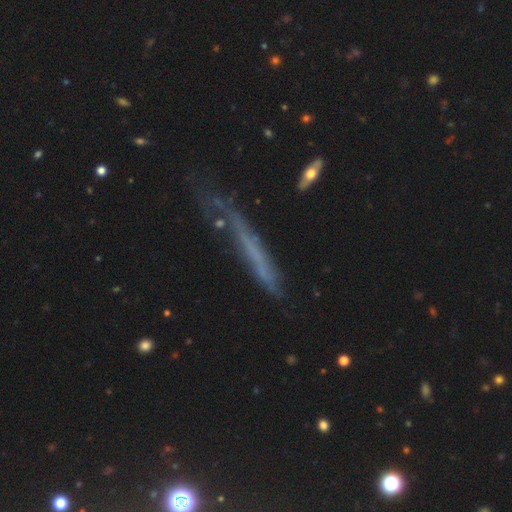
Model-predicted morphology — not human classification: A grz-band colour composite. It shows a featured or disk galaxy (43%). Merging: none (57%).